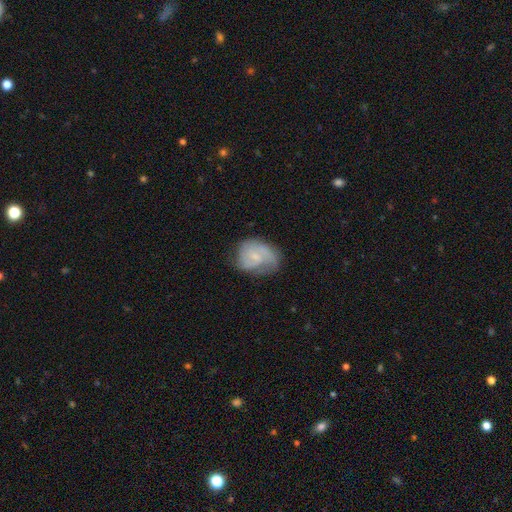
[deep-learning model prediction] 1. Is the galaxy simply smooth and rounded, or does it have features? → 58% featured or disk, 34% smooth, 8% star or artifact.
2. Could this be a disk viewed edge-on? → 98% no, 2% yes.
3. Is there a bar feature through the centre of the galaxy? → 60% no, 35% weak, 5% strong.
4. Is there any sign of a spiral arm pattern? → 85% yes, 15% no.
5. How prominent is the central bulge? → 58% small, 21% moderate, 19% none, 2% large, 1% dominant.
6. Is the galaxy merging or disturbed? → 50% none, 29% minor disturbance, 19% major disturbance, 2% merger.